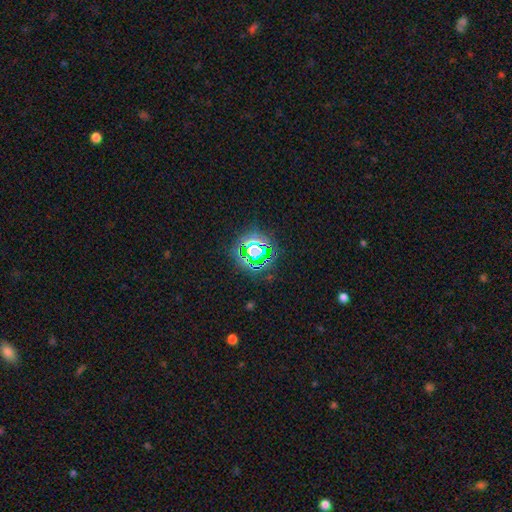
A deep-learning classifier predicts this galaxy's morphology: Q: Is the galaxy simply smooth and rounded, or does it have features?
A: star or artifact — 75%.